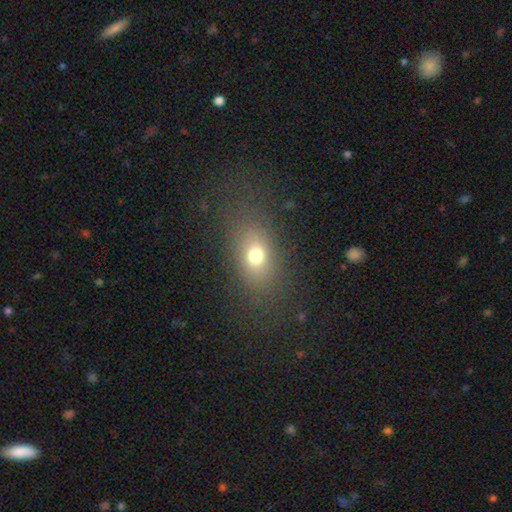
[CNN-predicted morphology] This appears to be a smooth galaxy with no disk features (71%) that is in between round and cigar-shaped (69%). Merging: none (77%).